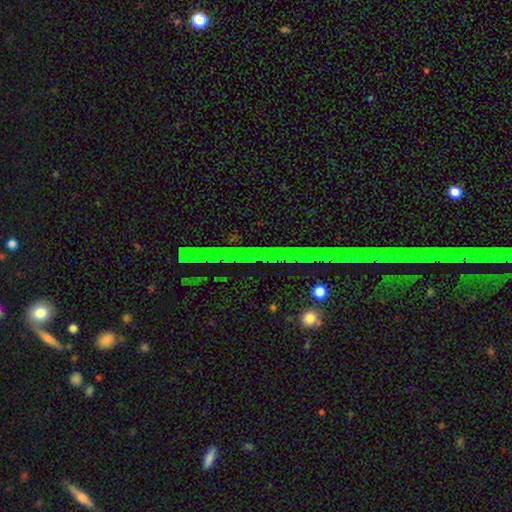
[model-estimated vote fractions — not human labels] A star or artifact, not a galaxy (86%).